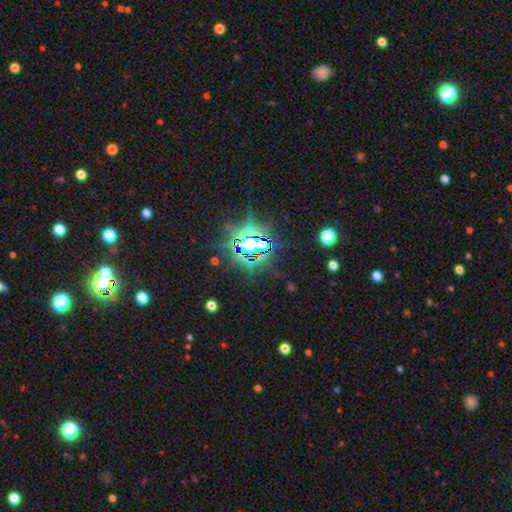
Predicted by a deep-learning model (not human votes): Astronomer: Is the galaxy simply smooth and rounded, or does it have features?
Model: star or artifact — 82%.